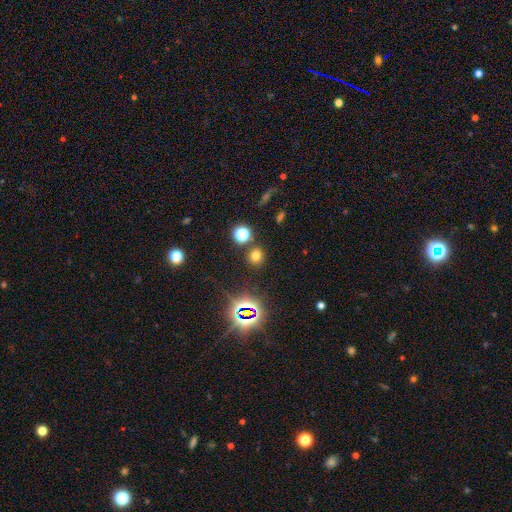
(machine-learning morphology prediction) A smooth galaxy with no disk features (66%) that is round (87%). Merging: none (84%).